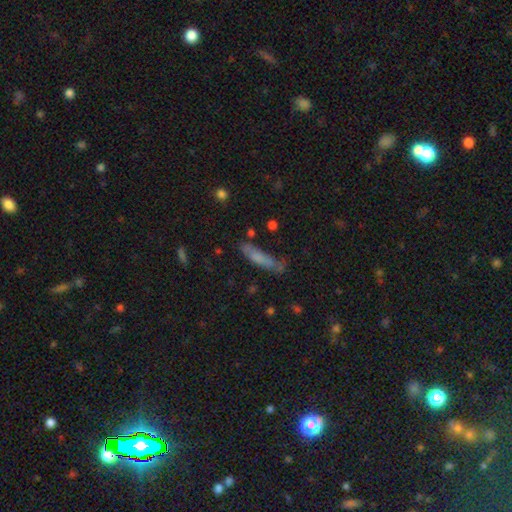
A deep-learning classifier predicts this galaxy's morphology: smooth 67%, featured or disk 22%, star or artifact 11%. Down the decision tree: how rounded — cigar-shaped (78%); merging — none (59%).